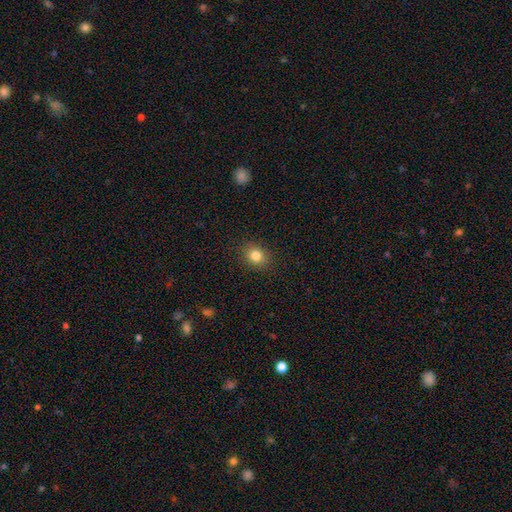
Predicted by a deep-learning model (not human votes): Overall: smooth (82%). How rounded: round (64%; in between 35%). Merging: none (89%).